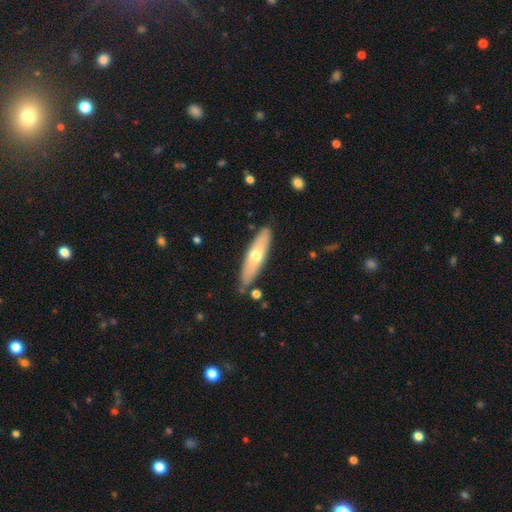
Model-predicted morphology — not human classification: type=smooth (50%); roundness=cigar-shaped (70%); merging=none (85%).